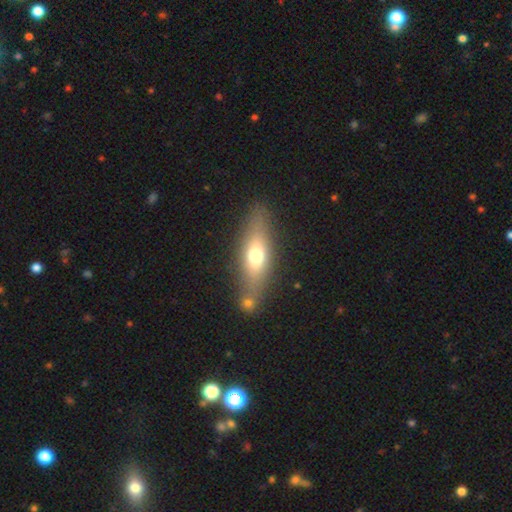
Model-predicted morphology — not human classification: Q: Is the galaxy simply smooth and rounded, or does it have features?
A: smooth — 59%.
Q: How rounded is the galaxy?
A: in between — 50%.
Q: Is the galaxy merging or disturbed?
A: none — 72%.